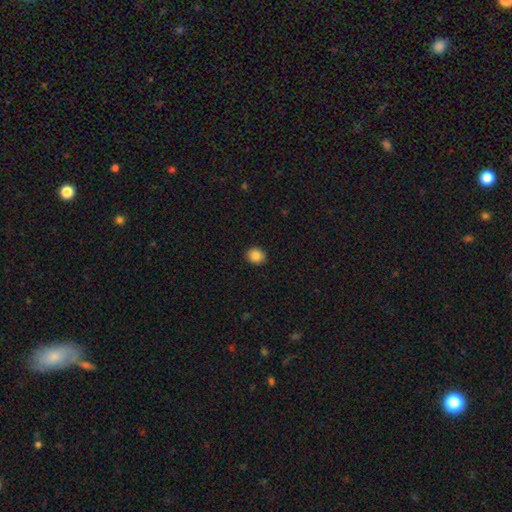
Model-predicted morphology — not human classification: This appears to be a smooth galaxy with no disk features (86%) that is round (79%). Merging: none (92%).